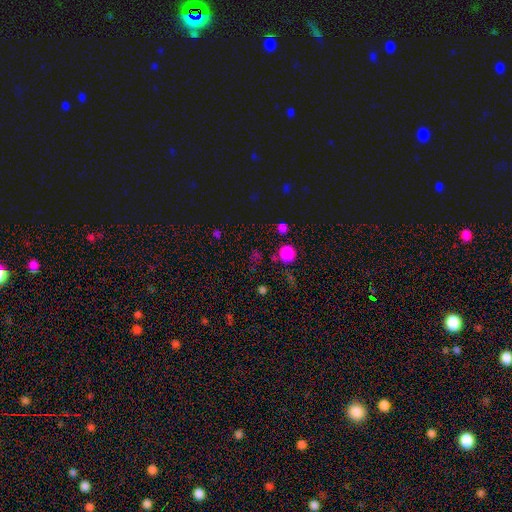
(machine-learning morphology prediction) Q: Smooth or featured?
A: smooth (57%); runner-up: star or artifact (37%)
Q: How rounded?
A: round (85%); runner-up: in between (13%)
Q: Merging?
A: none (76%); runner-up: minor disturbance (10%)